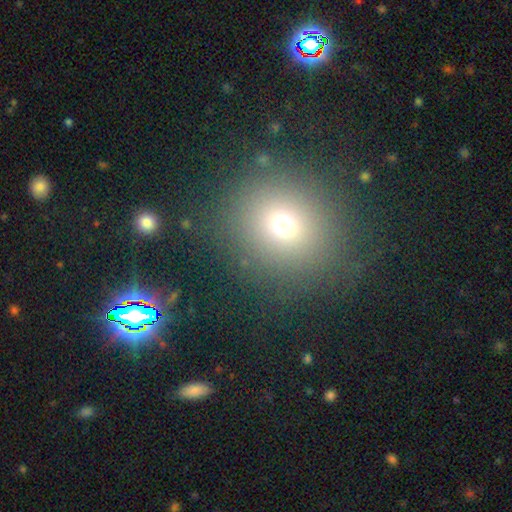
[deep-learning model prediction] Q: Smooth or featured?
A: smooth (61%); runner-up: star or artifact (29%)
Q: How rounded?
A: round (84%); runner-up: in between (15%)
Q: Merging?
A: none (87%); runner-up: minor disturbance (7%)